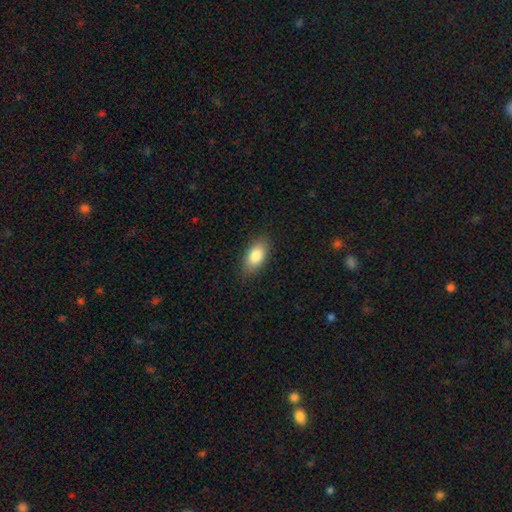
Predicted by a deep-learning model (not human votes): Overall: smooth (85%). How rounded: in between (92%). Merging: none (86%).